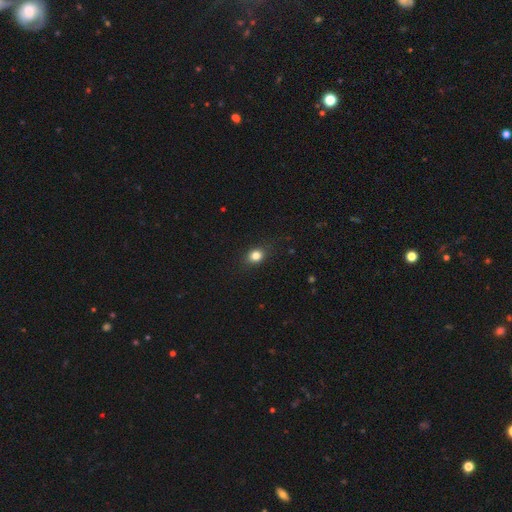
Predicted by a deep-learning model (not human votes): A smooth galaxy with no disk features (83%) that is round (54%). Merging: none (85%).